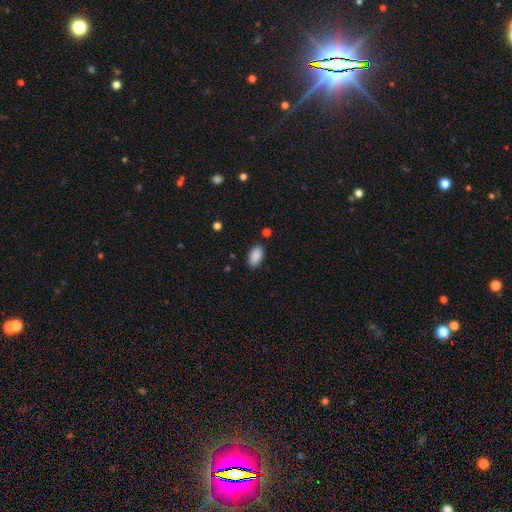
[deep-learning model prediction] This appears to be a smooth galaxy with no disk features (89%) that is in between round and cigar-shaped (94%). Merging: none (85%).